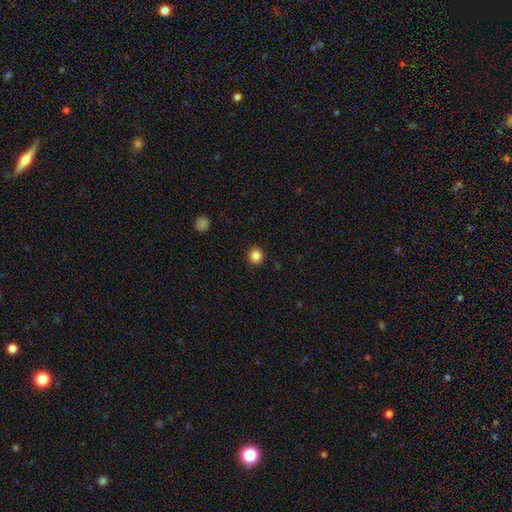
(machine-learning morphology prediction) A smooth galaxy with no disk features (85%) that is round (92%).

Vote fractions:
- Smooth or featured? smooth: 85% / star or artifact: 11% / featured or disk: 4%
- How rounded? round: 92% / in between: 7% / cigar-shaped: 1%
- Merging? none: 92% / minor disturbance: 5% / major disturbance: 2% / merger: 1%